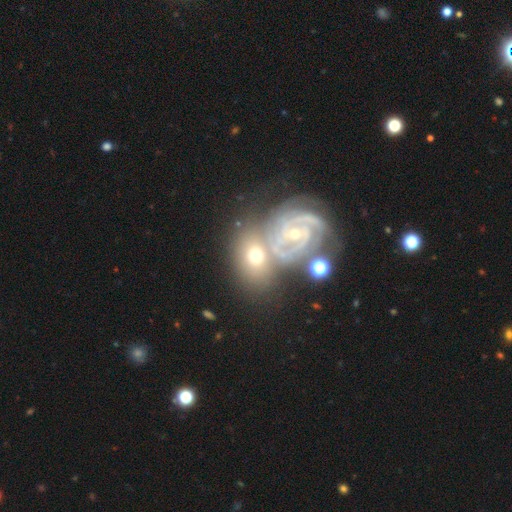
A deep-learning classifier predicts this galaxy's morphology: smooth-or-featured: featured or disk: 64% | smooth: 27% | star or artifact: 9%
  disk-edge-on: no: 96% | yes: 4%
    bar: no: 52% | weak: 33% | strong: 15%
    has-spiral-arms: yes: 92% | no: 8%
      spiral-winding: tight: 60% | medium: 35% | loose: 5%
      spiral-arm-count: 3: 38% | 2: 35% | can't tell: 13% | 4: 7% | more than 4: 4% | 1: 4%
    bulge-size: small: 61% | moderate: 35% | large: 2% | none: 1% | dominant: 1%
  merging: none: 49% | merger: 31% | minor disturbance: 15% | major disturbance: 5%